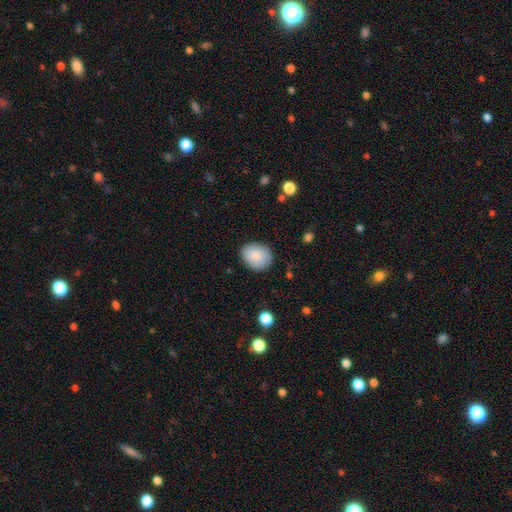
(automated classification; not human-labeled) Smooth or featured? Predicted: smooth (p=0.85). How rounded? Predicted: round (p=0.57). Merging? Predicted: none (p=0.84).